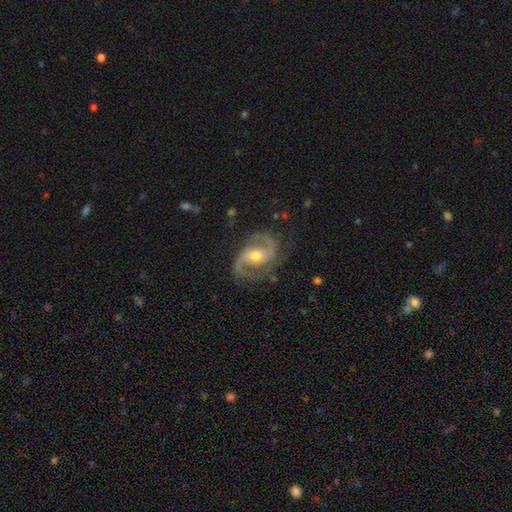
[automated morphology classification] smooth-or-featured: featured or disk: 93% | star or artifact: 4% | smooth: 3%
  disk-edge-on: no: 98% | yes: 2%
    bar: weak: 42% | no: 39% | strong: 19%
    has-spiral-arms: yes: 98% | no: 2%
      spiral-winding: medium: 61% | tight: 21% | loose: 18%
      spiral-arm-count: 2: 93% | 3: 2% | can't tell: 2% | 1: 1% | 4: 1% | more than 4: 1%
    bulge-size: moderate: 68% | small: 26% | large: 4% | none: 1% | dominant: 1%
  merging: none: 78% | minor disturbance: 15% | major disturbance: 6% | merger: 1%